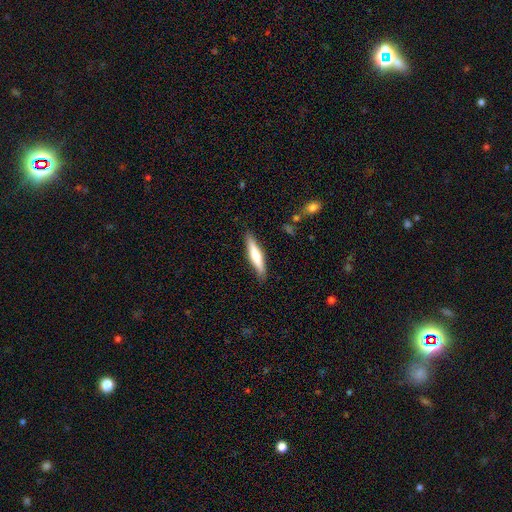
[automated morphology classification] This is possibly a smooth galaxy (55%). How rounded: clearly cigar-shaped (86%). Merging: clearly none (88%).